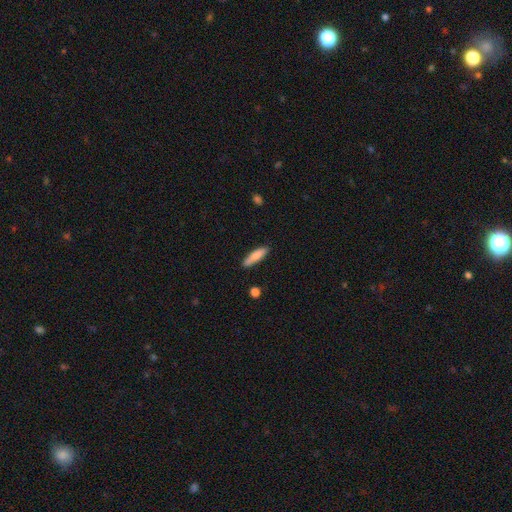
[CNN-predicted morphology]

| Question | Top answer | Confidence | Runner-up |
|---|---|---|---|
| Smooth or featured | smooth | 79% | featured or disk (15%) |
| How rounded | cigar-shaped | 71% | in between (27%) |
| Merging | none | 82% | minor disturbance (13%) |